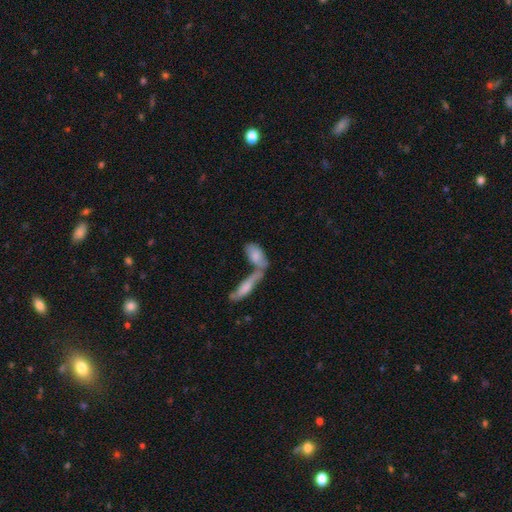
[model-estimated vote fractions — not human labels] Overall: smooth (73%). How rounded: in between (77%). Merging: merger (56%; none 28%).